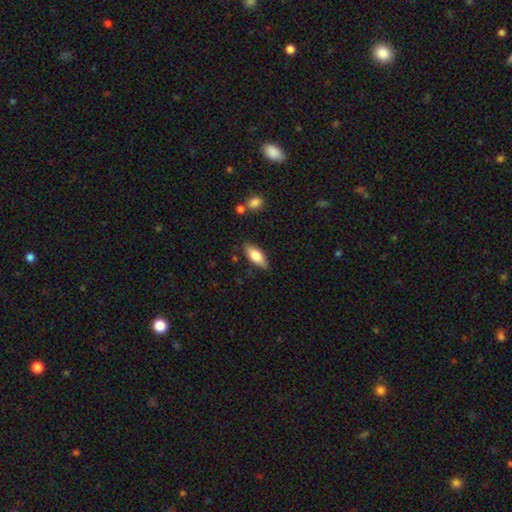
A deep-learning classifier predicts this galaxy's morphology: Smooth or featured? Predicted: smooth (p=0.78). How rounded? Predicted: in between (p=0.78). Merging? Predicted: none (p=0.82).